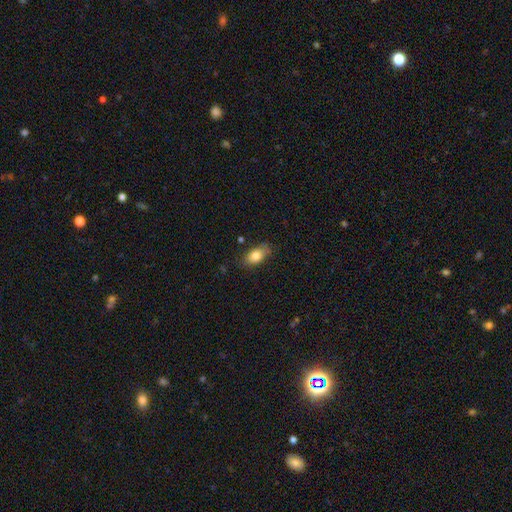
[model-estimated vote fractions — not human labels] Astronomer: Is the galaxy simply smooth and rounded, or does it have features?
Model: smooth — 80%.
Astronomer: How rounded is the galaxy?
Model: in between — 88%.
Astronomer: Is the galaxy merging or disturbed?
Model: none — 76%.